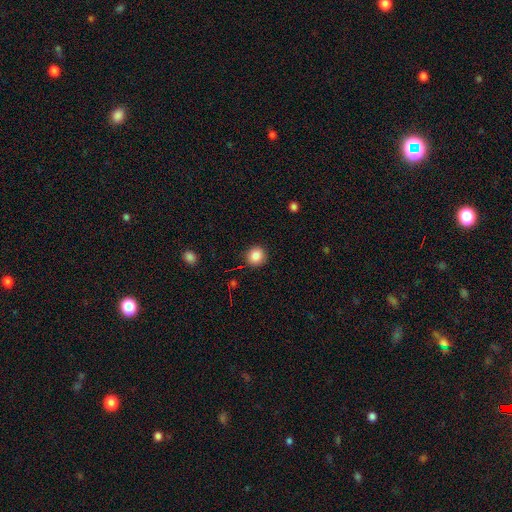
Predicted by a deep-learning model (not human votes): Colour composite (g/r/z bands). It shows a smooth galaxy with no disk features (86%) that is round (90%). Merging: none (90%).